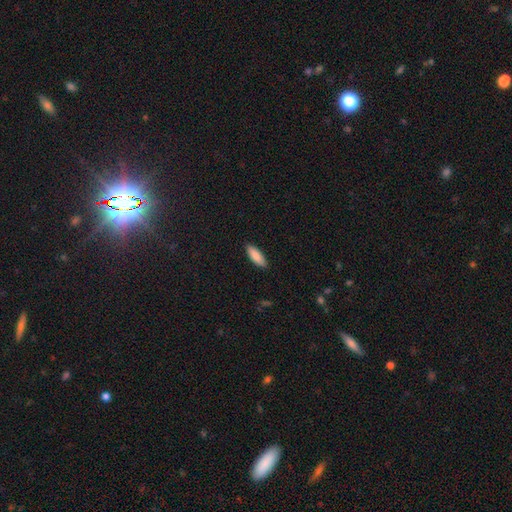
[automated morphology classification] smooth_or_featured: smooth (p=0.88) [alt: featured or disk p=0.07]
how_rounded: in between (p=0.66) [alt: cigar-shaped p=0.33]
merging: none (p=0.89) [alt: minor disturbance p=0.08]